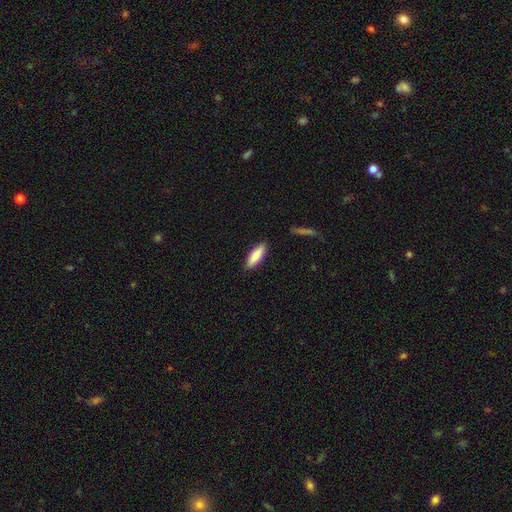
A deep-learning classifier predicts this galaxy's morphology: Q: Smooth or featured?
A: smooth (85%); runner-up: featured or disk (10%)
Q: How rounded?
A: in between (52%); runner-up: cigar-shaped (46%)
Q: Merging?
A: none (88%); runner-up: minor disturbance (9%)